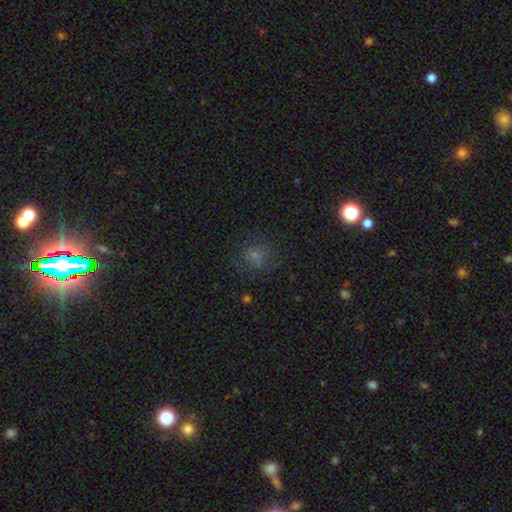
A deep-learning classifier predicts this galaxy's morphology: This is likely a smooth galaxy (61%). How rounded: likely round (74%). Merging: likely none (66%).